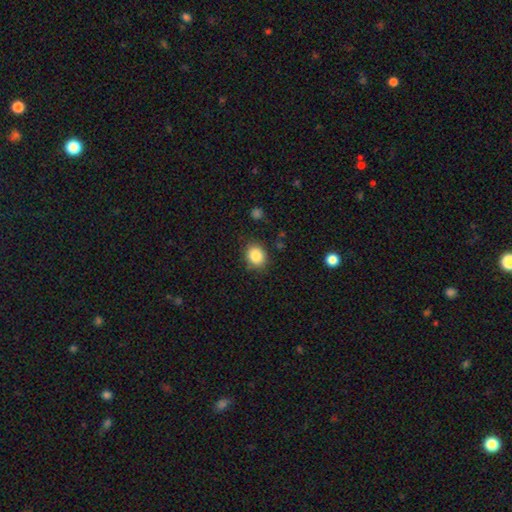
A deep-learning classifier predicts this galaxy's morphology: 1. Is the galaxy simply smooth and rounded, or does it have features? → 85% smooth, 9% star or artifact, 5% featured or disk.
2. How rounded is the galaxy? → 61% round, 38% in between, 1% cigar-shaped.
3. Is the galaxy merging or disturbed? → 84% none, 11% minor disturbance, 3% major disturbance, 2% merger.